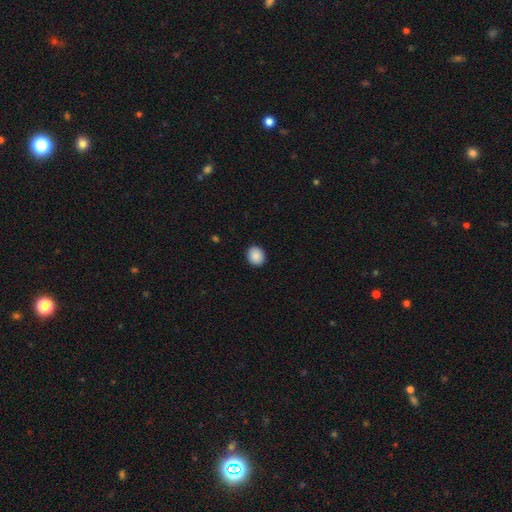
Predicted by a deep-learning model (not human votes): A smooth galaxy with no disk features (90%) that is round (62%).

Vote fractions:
- Smooth or featured? smooth: 90% / star or artifact: 8% / featured or disk: 3%
- How rounded? round: 62% / in between: 37% / cigar-shaped: 1%
- Merging? none: 91% / minor disturbance: 7% / major disturbance: 2% / merger: 1%